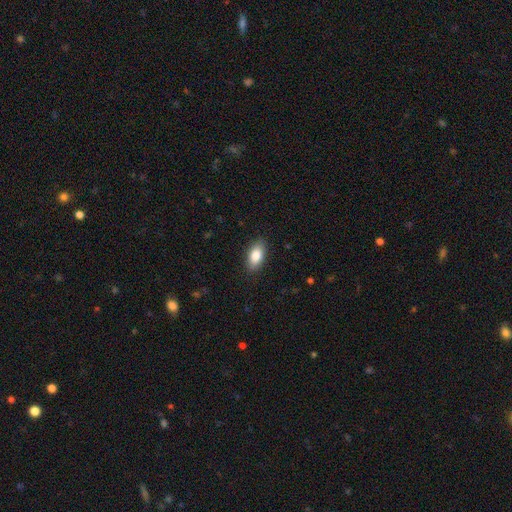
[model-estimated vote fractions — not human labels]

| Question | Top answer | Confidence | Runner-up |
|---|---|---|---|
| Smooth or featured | smooth | 84% | featured or disk (9%) |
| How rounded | in between | 91% | cigar-shaped (6%) |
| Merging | none | 88% | minor disturbance (9%) |